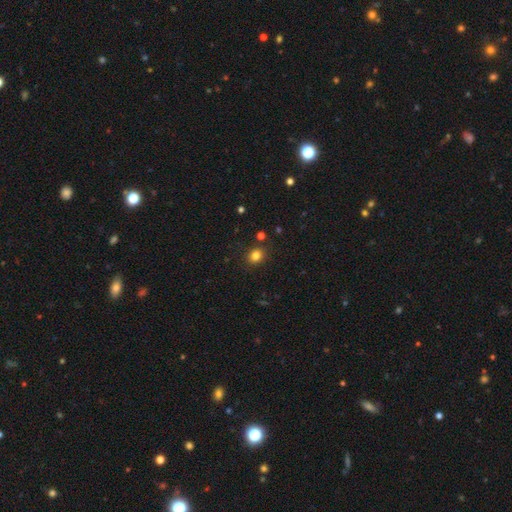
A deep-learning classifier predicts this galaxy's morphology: smooth 81%, star or artifact 13%, featured or disk 6%. Down the decision tree: how rounded — round (66%); merging — none (86%).